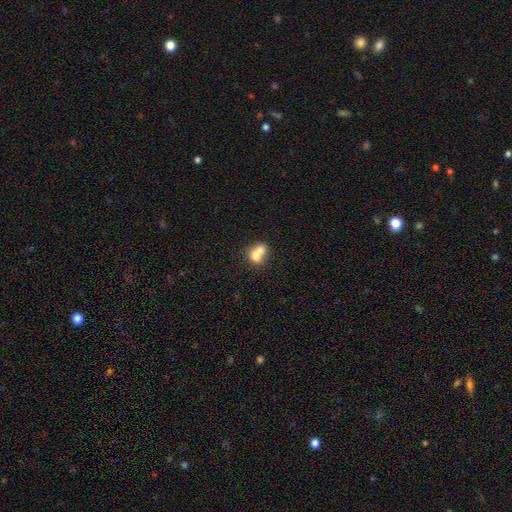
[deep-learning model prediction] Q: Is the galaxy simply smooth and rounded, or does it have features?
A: smooth — 68%.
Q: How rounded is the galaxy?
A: round — 56%.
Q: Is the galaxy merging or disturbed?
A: merger — 69%.